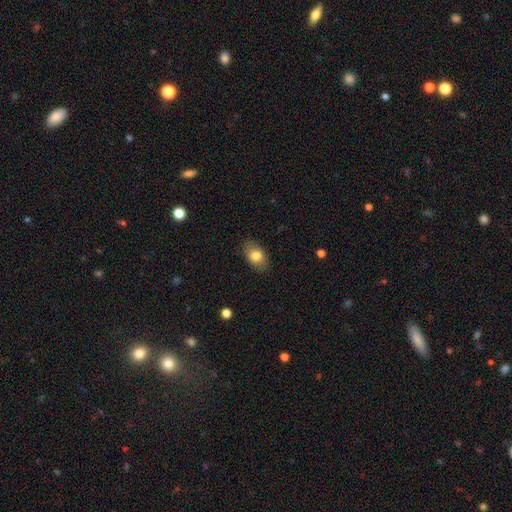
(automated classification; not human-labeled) Morphology: type=smooth (80%); roundness=in between (85%); merging=none (85%).